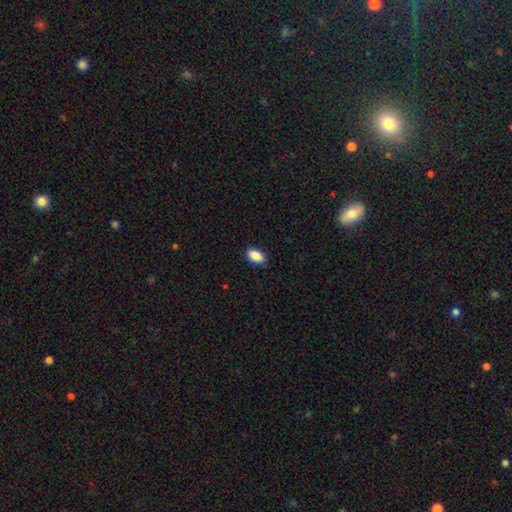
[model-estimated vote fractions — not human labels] Overall: smooth (89%). How rounded: in between (92%). Merging: none (88%).